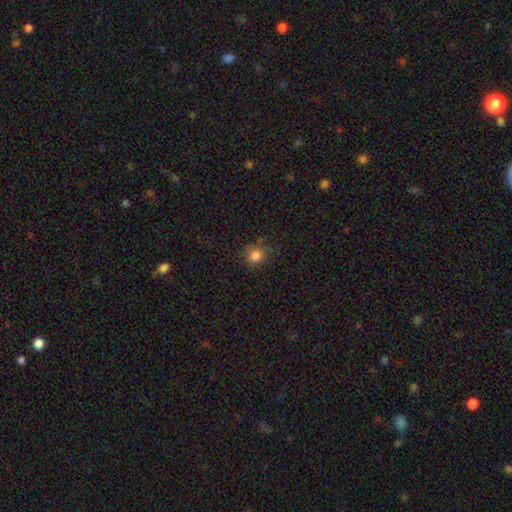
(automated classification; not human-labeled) Overall: smooth (82%). How rounded: round (77%). Merging: none (76%).